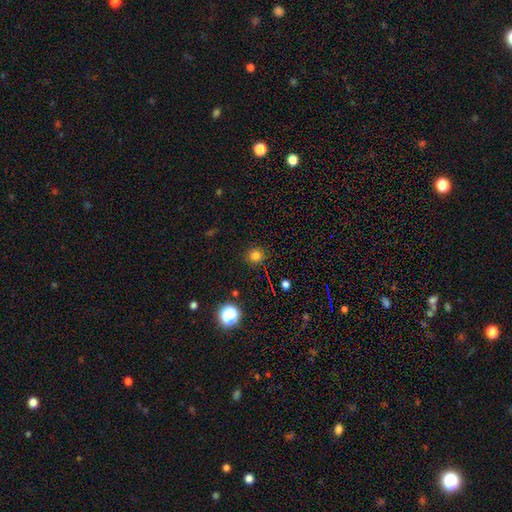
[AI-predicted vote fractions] Smooth or featured?
  - smooth: 78% *
  - star or artifact: 17%
  - featured or disk: 5%
How rounded?
  - round: 92% *
  - in between: 7%
  - cigar-shaped: 1%
Merging?
  - none: 89% *
  - minor disturbance: 7%
  - major disturbance: 2%
  - merger: 1%